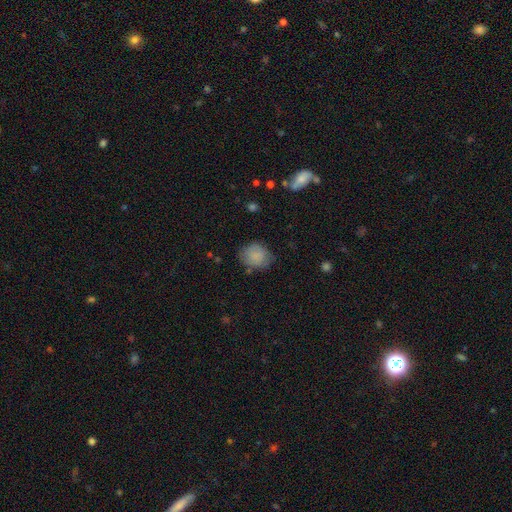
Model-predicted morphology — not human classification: The model was most divided on "how rounded": round: 65%, in between: 34%, cigar-shaped: 1%. More confident: smooth or featured — smooth (84%); merging — none (72%).